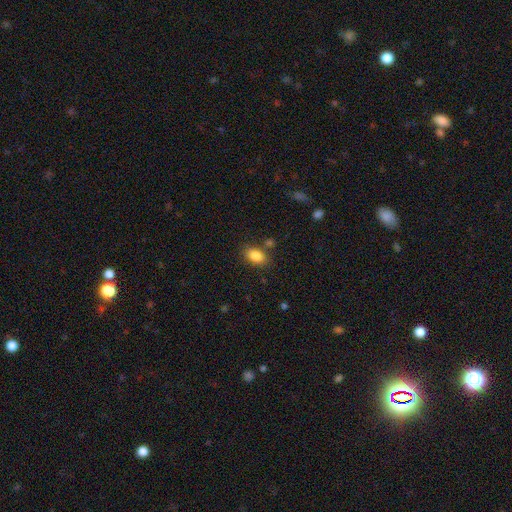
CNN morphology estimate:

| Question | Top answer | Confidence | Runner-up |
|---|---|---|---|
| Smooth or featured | smooth | 85% | star or artifact (9%) |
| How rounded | in between | 84% | round (14%) |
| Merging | none | 77% | minor disturbance (13%) |